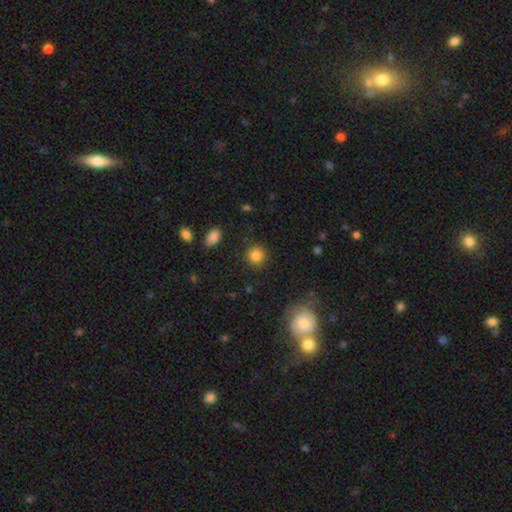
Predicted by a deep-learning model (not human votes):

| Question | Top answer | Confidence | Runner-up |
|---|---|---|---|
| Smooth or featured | smooth | 84% | star or artifact (11%) |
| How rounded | round | 90% | in between (9%) |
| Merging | none | 89% | minor disturbance (7%) |